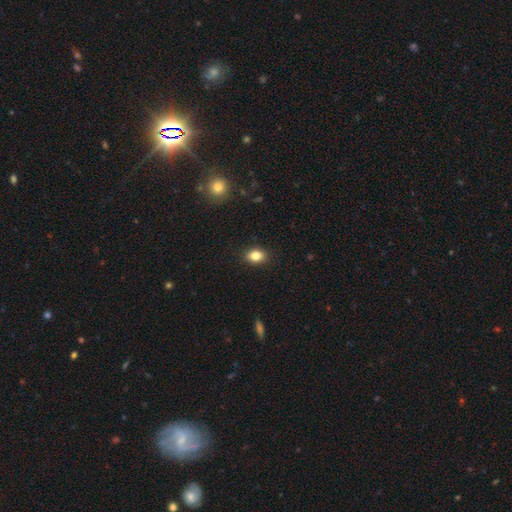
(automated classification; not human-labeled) Smooth or featured?
  - smooth: 83% *
  - star or artifact: 10%
  - featured or disk: 7%
How rounded?
  - in between: 68% *
  - round: 31%
  - cigar-shaped: 1%
Merging?
  - none: 89% *
  - minor disturbance: 8%
  - major disturbance: 2%
  - merger: 1%